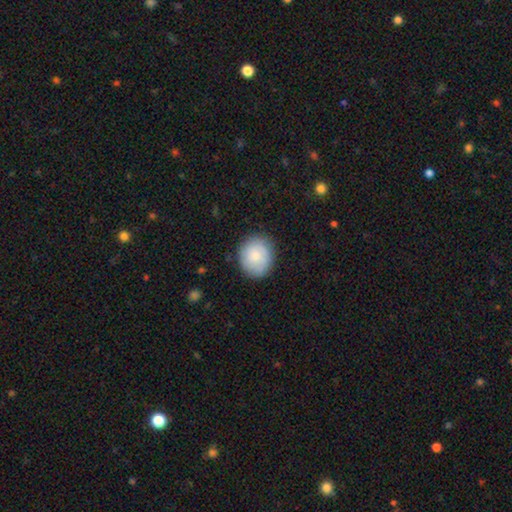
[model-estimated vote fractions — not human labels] smooth-or-featured: smooth: 80% | featured or disk: 14% | star or artifact: 6%
  how-rounded: round: 74% | in between: 25% | cigar-shaped: 1%
  merging: none: 84% | minor disturbance: 12% | major disturbance: 3% | merger: 1%